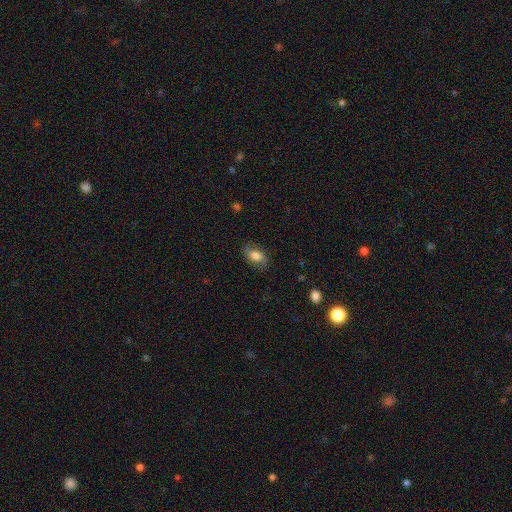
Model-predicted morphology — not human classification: This is likely a smooth galaxy (75%). How rounded: clearly in between (89%). Merging: likely none (77%).